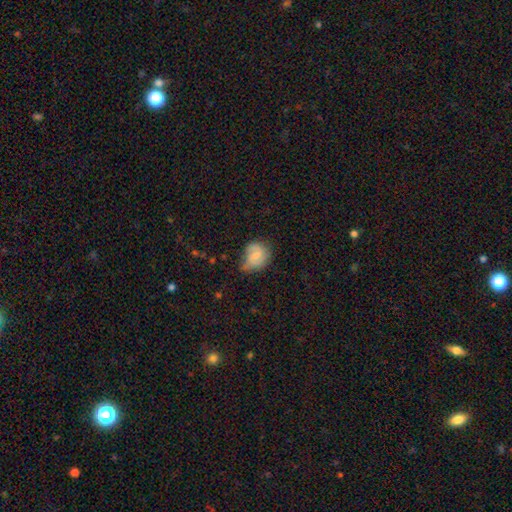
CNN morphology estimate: The model was most divided on "smooth or featured": smooth: 47%, featured or disk: 46%, star or artifact: 8%. Remaining: merging — none (48%).